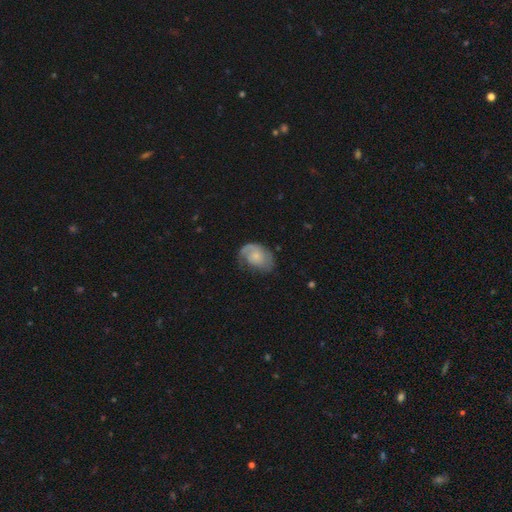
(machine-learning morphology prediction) Smooth or featured? Predicted: featured or disk (p=0.52). Edge-on disk? Predicted: no (p=0.97). Bar? Predicted: no (p=0.79). Spiral arms? Predicted: yes (p=0.79). Bulge size? Predicted: small (p=0.62). Merging? Predicted: none (p=0.47).